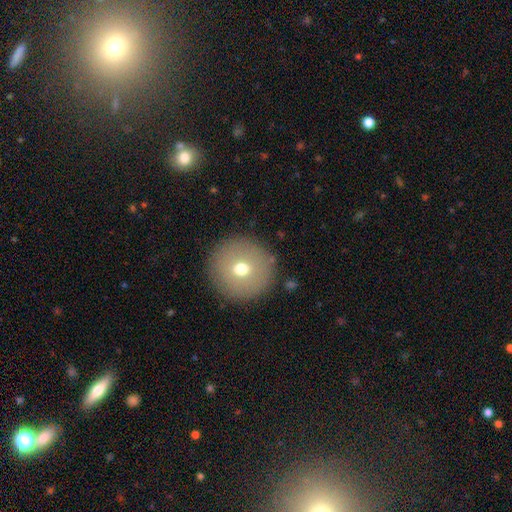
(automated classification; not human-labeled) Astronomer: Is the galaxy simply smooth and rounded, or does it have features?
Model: smooth — 60%.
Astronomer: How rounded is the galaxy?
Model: round — 96%.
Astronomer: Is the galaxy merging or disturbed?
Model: none — 91%.